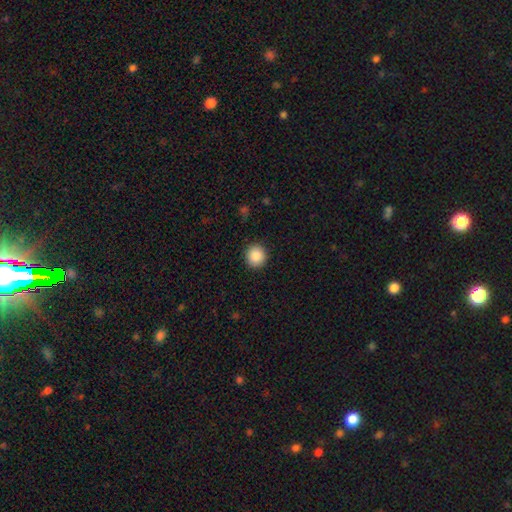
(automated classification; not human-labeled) The model was most divided on "smooth or featured": smooth: 86%, star or artifact: 9%, featured or disk: 5%. More confident: how rounded — round (92%); merging — none (92%).